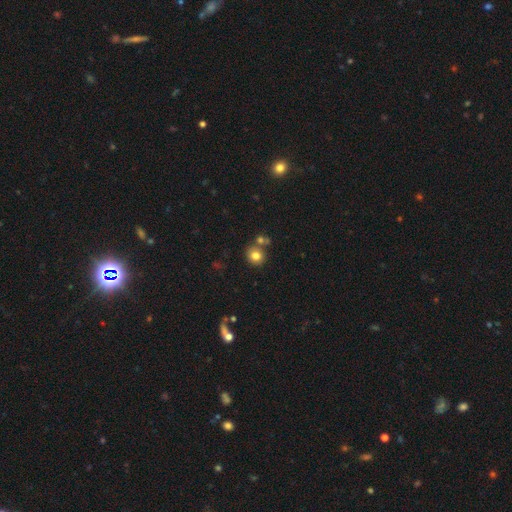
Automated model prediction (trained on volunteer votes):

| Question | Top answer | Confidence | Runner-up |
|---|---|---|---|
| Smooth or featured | smooth | 80% | star or artifact (12%) |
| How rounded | round | 84% | in between (15%) |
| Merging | none | 68% | merger (19%) |